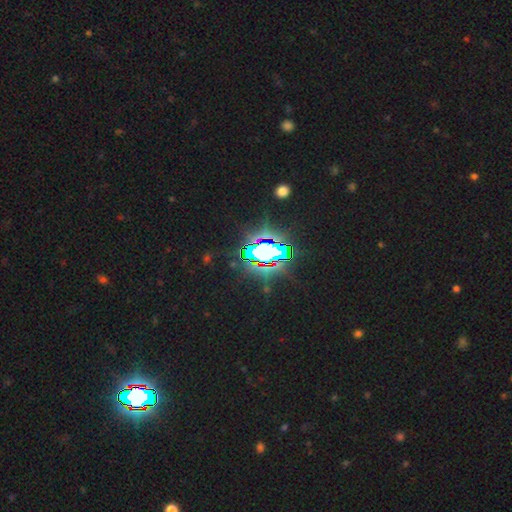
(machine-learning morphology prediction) The model was most divided on "smooth or featured": star or artifact: 79%, smooth: 11%, featured or disk: 10%.